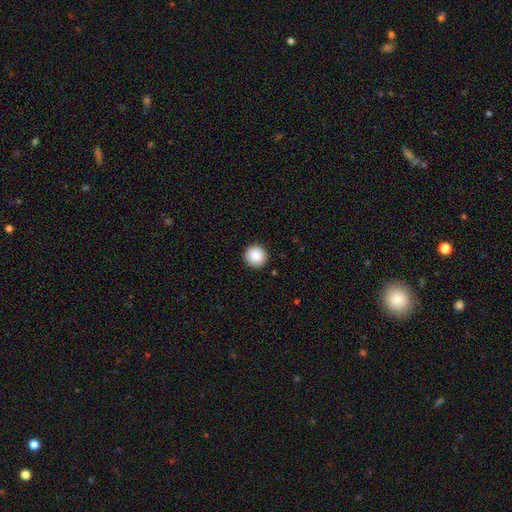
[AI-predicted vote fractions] smooth-or-featured: smooth: 89% | star or artifact: 8% | featured or disk: 3%
  how-rounded: round: 95% | in between: 4% | cigar-shaped: 1%
  merging: none: 92% | minor disturbance: 5% | major disturbance: 2% | merger: 1%